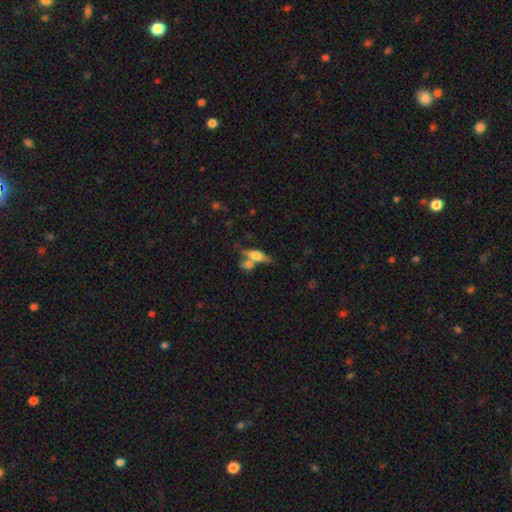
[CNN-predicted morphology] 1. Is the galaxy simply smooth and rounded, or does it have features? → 46% featured or disk, 45% smooth, 9% star or artifact.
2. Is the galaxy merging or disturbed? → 53% none, 31% merger, 12% minor disturbance, 5% major disturbance.